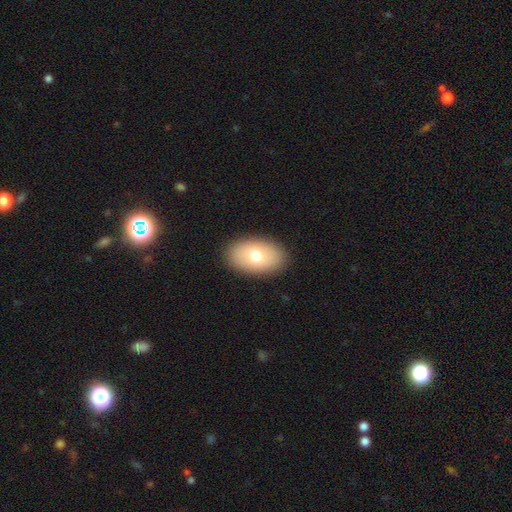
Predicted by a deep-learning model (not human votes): smooth_or_featured: smooth (p=0.72) [alt: featured or disk p=0.21]
how_rounded: in between (p=0.91) [alt: round p=0.08]
merging: none (p=0.88) [alt: minor disturbance p=0.08]